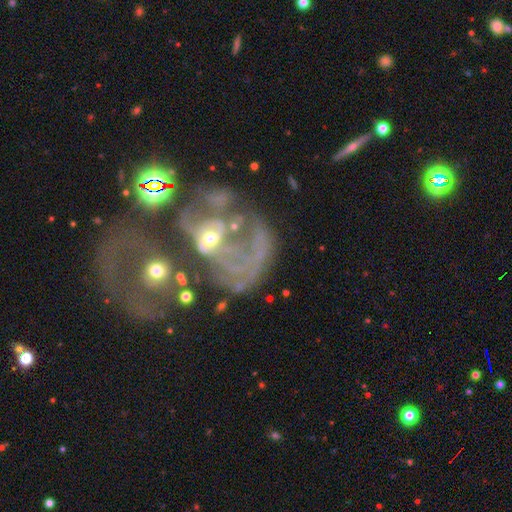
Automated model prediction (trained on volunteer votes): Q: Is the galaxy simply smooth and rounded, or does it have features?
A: featured or disk — 65%.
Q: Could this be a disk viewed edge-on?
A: no — 97%.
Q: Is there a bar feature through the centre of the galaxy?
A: no — 76%.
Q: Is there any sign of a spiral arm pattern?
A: no — 53%.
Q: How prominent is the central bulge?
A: small — 40%.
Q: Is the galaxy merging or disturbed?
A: merger — 39%.